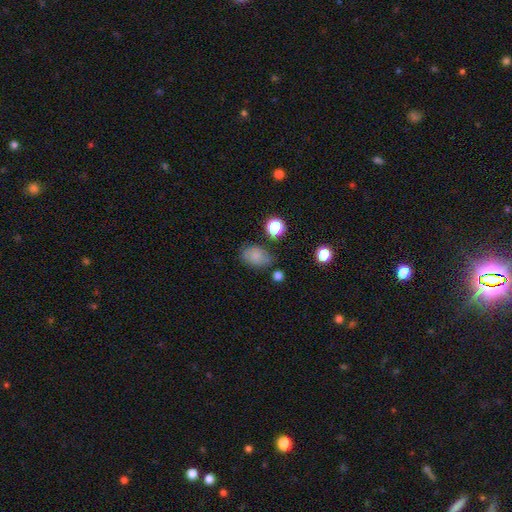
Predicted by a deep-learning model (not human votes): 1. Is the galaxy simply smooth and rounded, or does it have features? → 78% smooth, 13% star or artifact, 10% featured or disk.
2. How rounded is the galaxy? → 78% in between, 21% round, 1% cigar-shaped.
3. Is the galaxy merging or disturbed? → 63% none, 25% minor disturbance, 7% major disturbance, 5% merger.